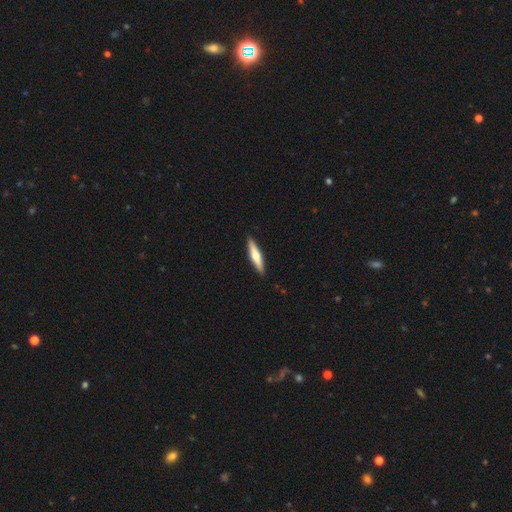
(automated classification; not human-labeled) Overall: smooth (52%; featured or disk 44%). How rounded: cigar-shaped (85%). Merging: none (91%).